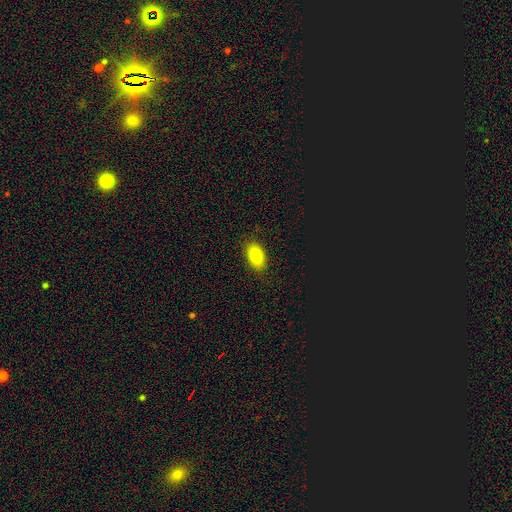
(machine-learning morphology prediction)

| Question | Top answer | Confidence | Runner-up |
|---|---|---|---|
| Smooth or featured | smooth | 87% | star or artifact (8%) |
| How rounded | in between | 92% | round (6%) |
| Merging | none | 86% | minor disturbance (10%) |